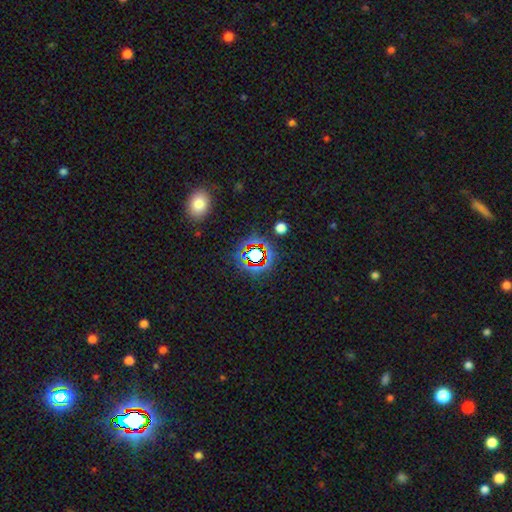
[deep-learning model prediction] Smooth or featured? Predicted: star or artifact (p=0.70).